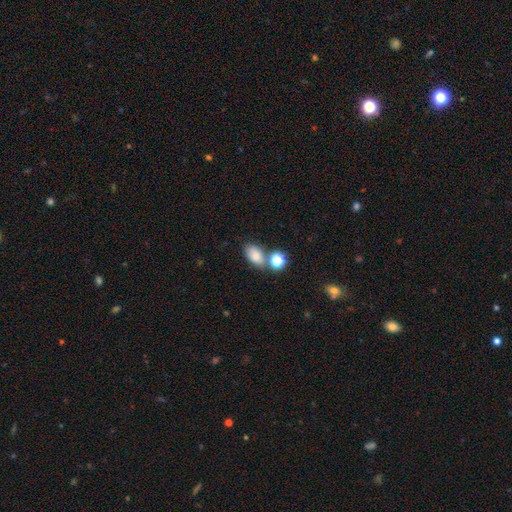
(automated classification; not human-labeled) Smooth or featured?
  - smooth: 80% *
  - star or artifact: 11%
  - featured or disk: 9%
How rounded?
  - in between: 86% *
  - round: 12%
  - cigar-shaped: 2%
Merging?
  - none: 59% *
  - merger: 22%
  - minor disturbance: 14%
  - major disturbance: 5%